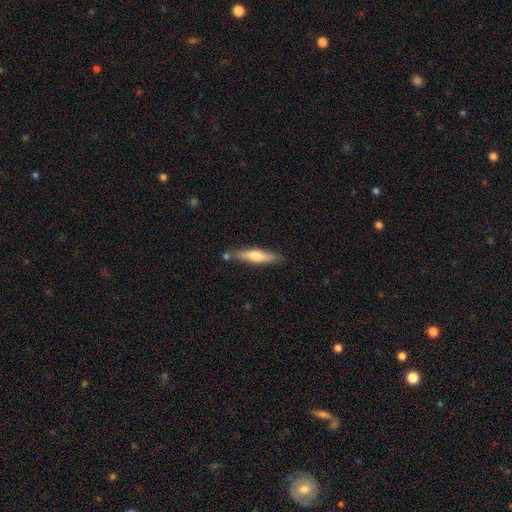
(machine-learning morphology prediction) This appears to be a smooth galaxy with no disk features (56%) that is cigar-shaped (80%). Merging: none (76%).